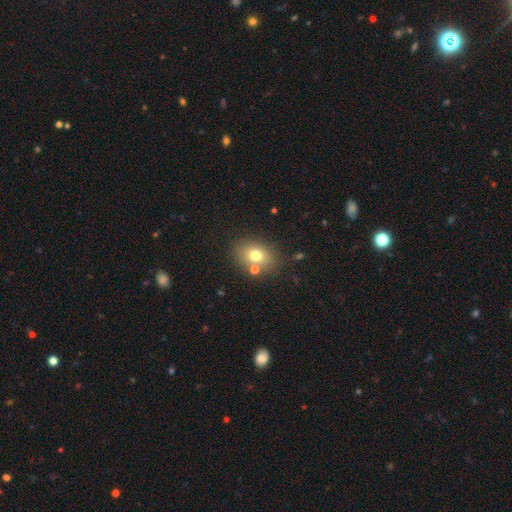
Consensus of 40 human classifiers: Smooth or featured? 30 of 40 (75%) said smooth. How rounded? 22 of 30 (73%) said in between. Merging? 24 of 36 (67%) said none.